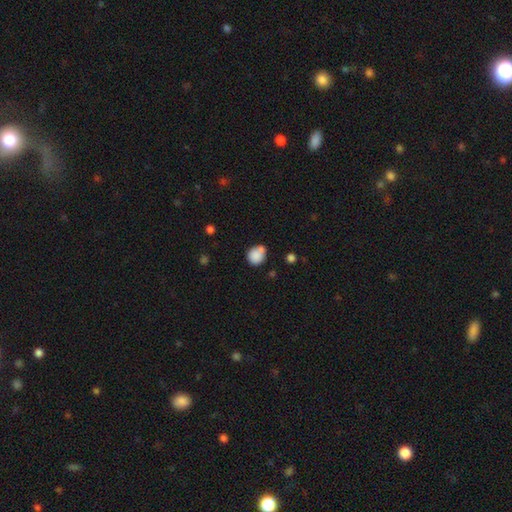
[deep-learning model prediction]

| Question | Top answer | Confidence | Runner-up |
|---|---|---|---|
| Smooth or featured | smooth | 85% | star or artifact (9%) |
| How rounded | round | 71% | in between (28%) |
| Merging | none | 56% | minor disturbance (23%) |